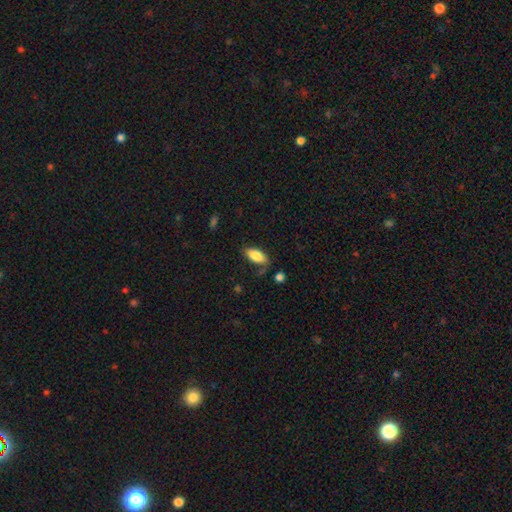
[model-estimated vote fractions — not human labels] Smooth or featured? Predicted: smooth (p=0.83). How rounded? Predicted: in between (p=0.85). Merging? Predicted: none (p=0.73).